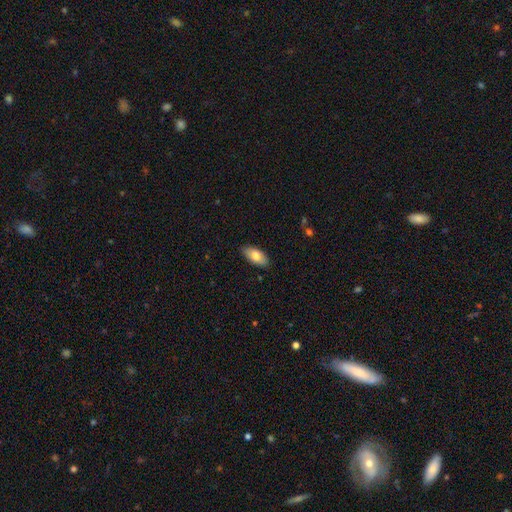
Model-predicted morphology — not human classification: This appears to be a smooth galaxy with no disk features (76%) that is in between round and cigar-shaped (91%). Merging: none (86%).